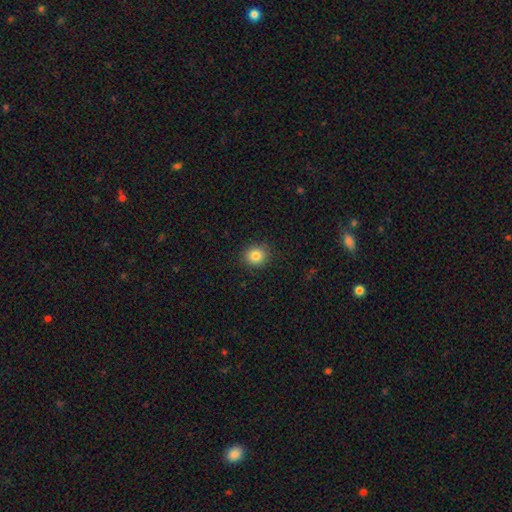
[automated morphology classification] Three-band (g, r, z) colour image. It shows a smooth galaxy with no disk features (84%) that is round (83%). Merging: none (90%).